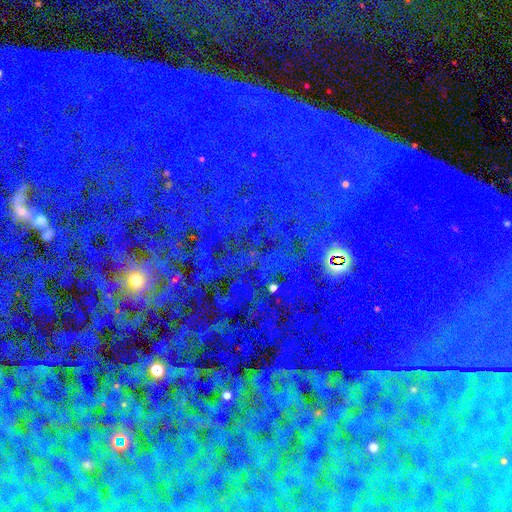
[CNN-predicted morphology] Q: Smooth or featured?
A: star or artifact (86%); runner-up: featured or disk (7%)